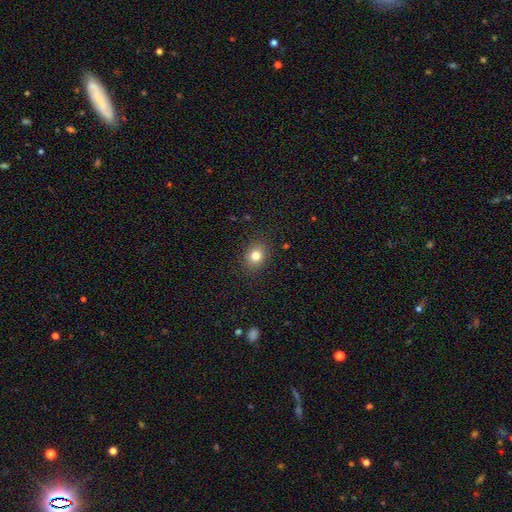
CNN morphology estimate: smooth 80%, star or artifact 12%, featured or disk 8%. Down the decision tree: how rounded — round (61%); merging — none (89%).